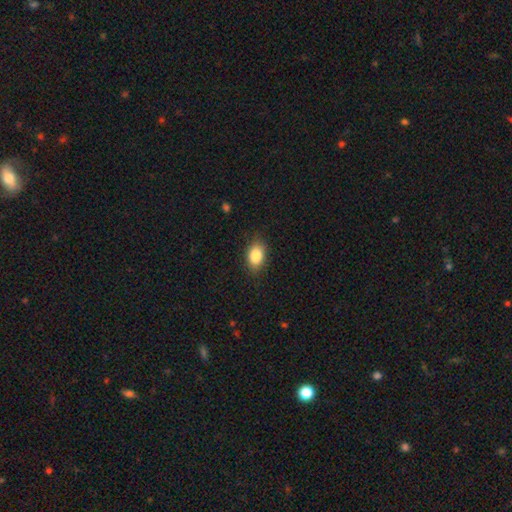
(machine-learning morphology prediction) smooth 84%, star or artifact 8%, featured or disk 8%. Down the decision tree: how rounded — in between (83%); merging — none (84%).